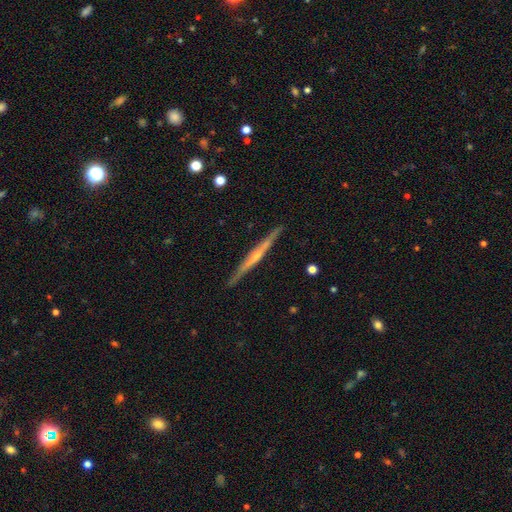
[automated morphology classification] A featured or disk galaxy (74%) viewed edge-on (98%) with a rounded central bulge (57%).

Vote fractions:
- Smooth or featured? featured or disk: 74% / smooth: 20% / star or artifact: 6%
- Edge-on disk? yes: 98% / no: 2%
- Edge-on bulge? rounded: 57% / none: 35% / boxy: 8%
- Merging? none: 90% / minor disturbance: 8% / major disturbance: 1% / merger: 1%